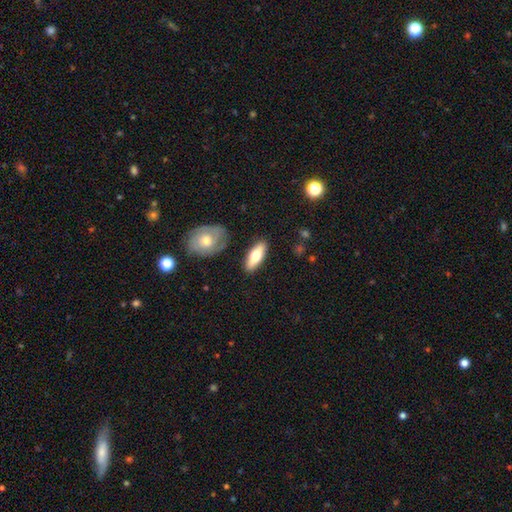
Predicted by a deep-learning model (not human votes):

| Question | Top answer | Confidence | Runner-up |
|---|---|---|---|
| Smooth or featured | smooth | 63% | featured or disk (31%) |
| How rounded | in between | 67% | cigar-shaped (31%) |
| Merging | none | 84% | minor disturbance (10%) |